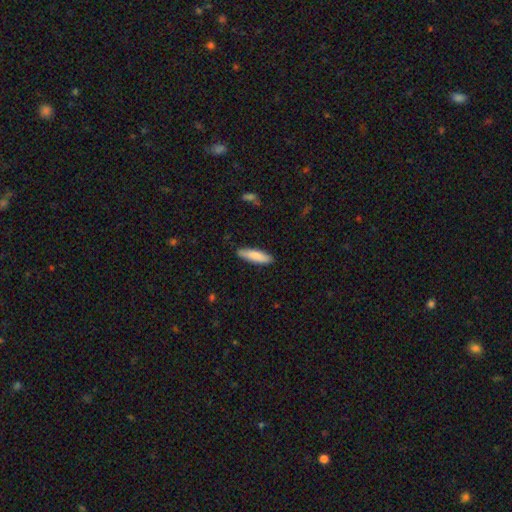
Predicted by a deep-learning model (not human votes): Q: Smooth or featured?
A: smooth (84%); runner-up: featured or disk (11%)
Q: How rounded?
A: cigar-shaped (68%); runner-up: in between (30%)
Q: Merging?
A: none (88%); runner-up: minor disturbance (10%)